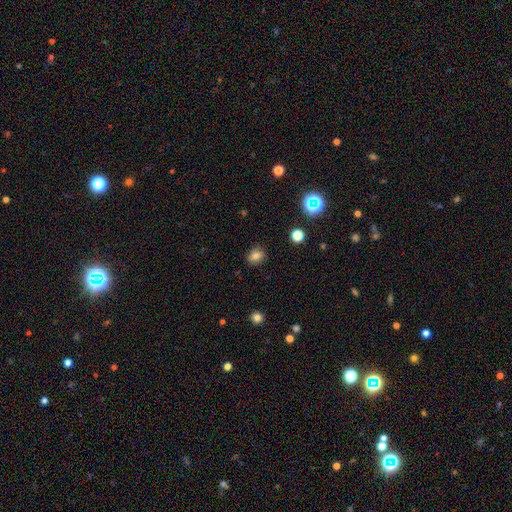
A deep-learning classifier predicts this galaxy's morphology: The model was most divided on "how rounded": round: 63%, in between: 36%, cigar-shaped: 1%. More confident: merging — none (86%); smooth or featured — smooth (79%).